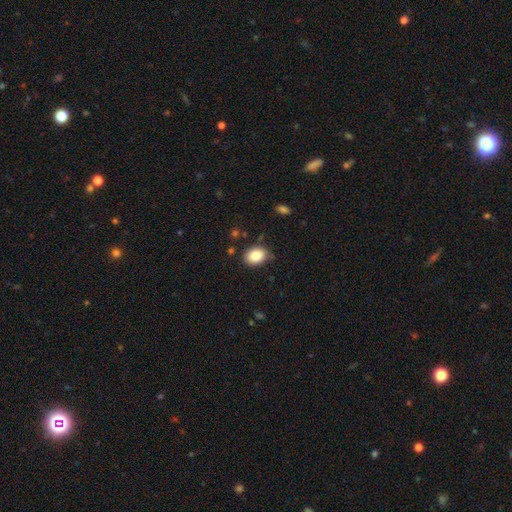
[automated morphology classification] Smooth or featured? Predicted: smooth (p=0.85). How rounded? Predicted: in between (p=0.69). Merging? Predicted: none (p=0.83).